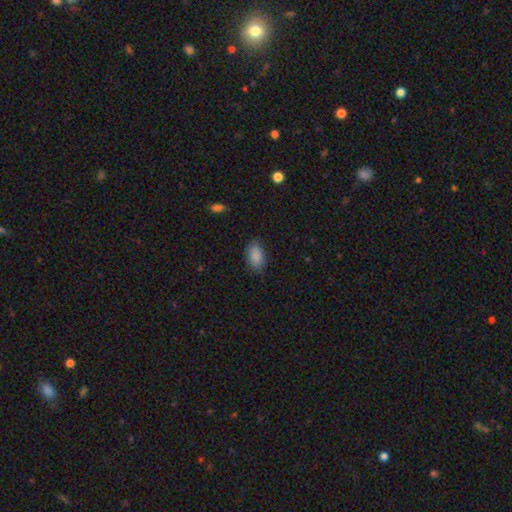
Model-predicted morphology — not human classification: smooth_or_featured: smooth (p=0.88) [alt: star or artifact p=0.07]
how_rounded: in between (p=0.92) [alt: round p=0.05]
merging: none (p=0.83) [alt: minor disturbance p=0.13]